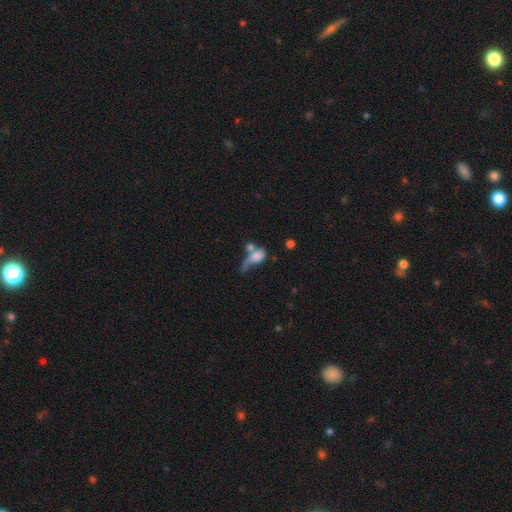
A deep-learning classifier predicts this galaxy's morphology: This appears to be a smooth galaxy with no disk features (64%) that is in between round and cigar-shaped (58%). Merging: merger (37%).